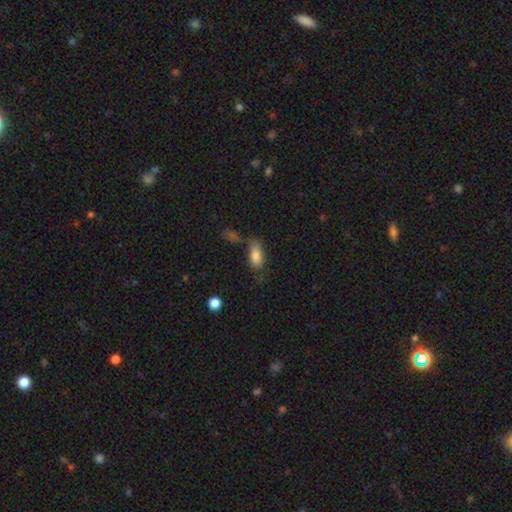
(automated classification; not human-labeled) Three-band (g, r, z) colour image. It shows a smooth galaxy with no disk features (82%) that is in between round and cigar-shaped (88%). Merging: none (49%).